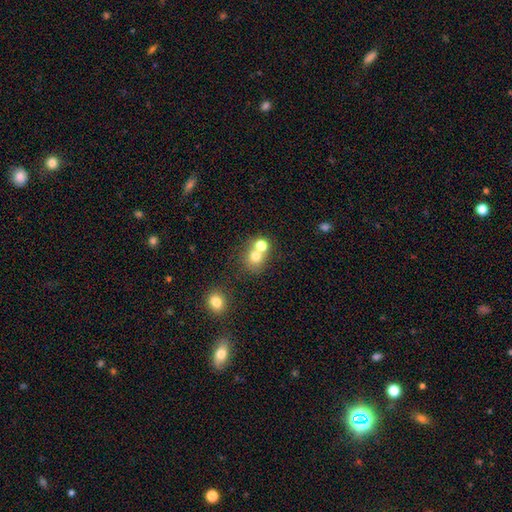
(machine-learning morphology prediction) Smooth or featured?
  - smooth: 73% *
  - star or artifact: 14%
  - featured or disk: 13%
How rounded?
  - round: 78% *
  - in between: 21%
  - cigar-shaped: 1%
Merging?
  - merger: 47% *
  - none: 42%
  - minor disturbance: 7%
  - major disturbance: 4%